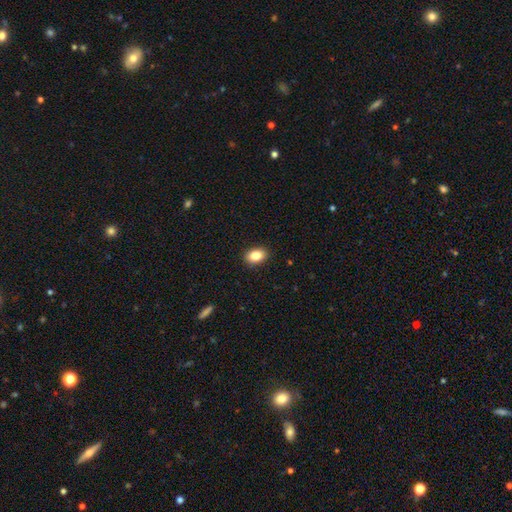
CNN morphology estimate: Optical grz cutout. It shows a smooth galaxy with no disk features (85%) that is in between round and cigar-shaped (78%). Merging: none (90%).